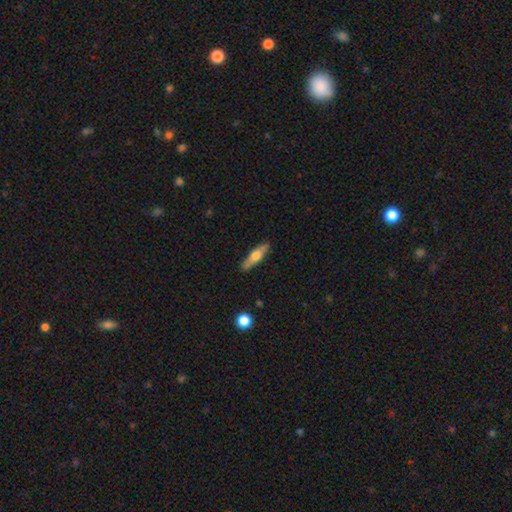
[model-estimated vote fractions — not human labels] Smooth or featured? Predicted: smooth (p=0.50). Merging? Predicted: none (p=0.88).